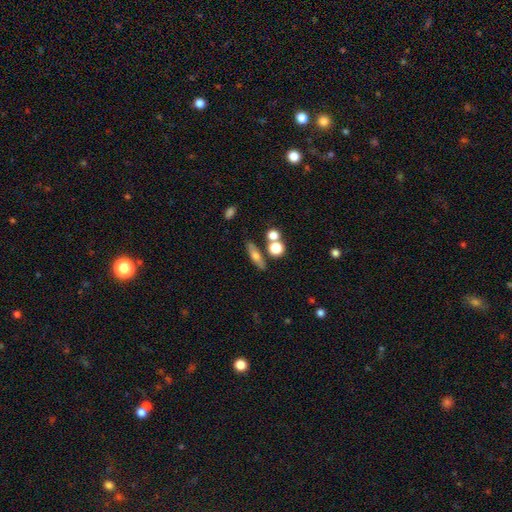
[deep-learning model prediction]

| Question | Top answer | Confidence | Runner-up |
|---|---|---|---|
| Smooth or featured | smooth | 57% | featured or disk (33%) |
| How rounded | cigar-shaped | 49% | in between (37%) |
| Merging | none | 72% | merger (14%) |